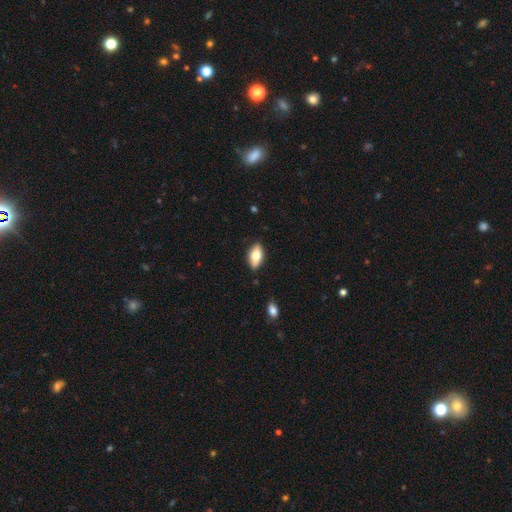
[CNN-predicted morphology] smooth 68%, featured or disk 25%, star or artifact 7%. Down the decision tree: how rounded — in between (87%); merging — none (86%).